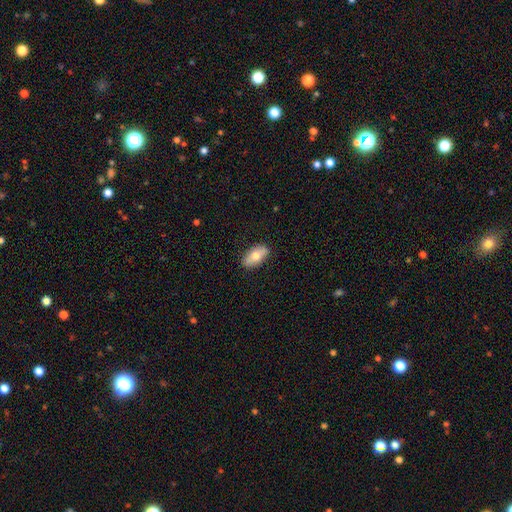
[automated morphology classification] smooth-or-featured: smooth: 70% | featured or disk: 24% | star or artifact: 6%
  how-rounded: in between: 90% | cigar-shaped: 6% | round: 4%
  merging: none: 86% | minor disturbance: 11% | major disturbance: 2% | merger: 1%